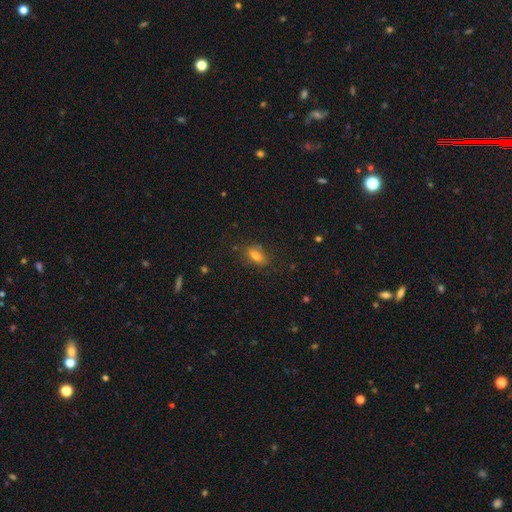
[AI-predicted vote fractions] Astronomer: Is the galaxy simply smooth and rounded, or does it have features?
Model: smooth — 74%.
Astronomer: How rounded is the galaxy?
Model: in between — 79%.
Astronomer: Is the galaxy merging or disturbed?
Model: none — 77%.